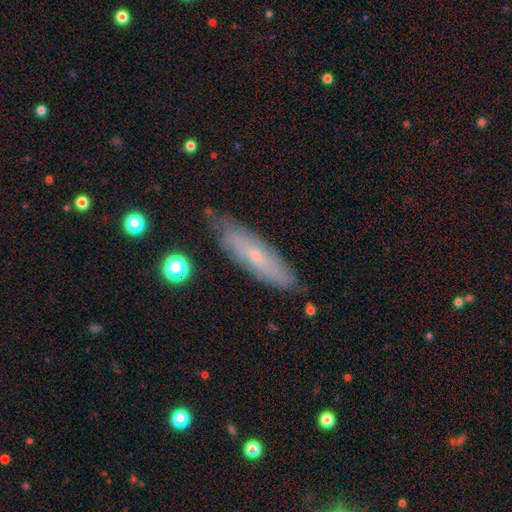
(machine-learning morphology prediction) This appears to be a featured or disk galaxy (57%). Merging: none (76%).